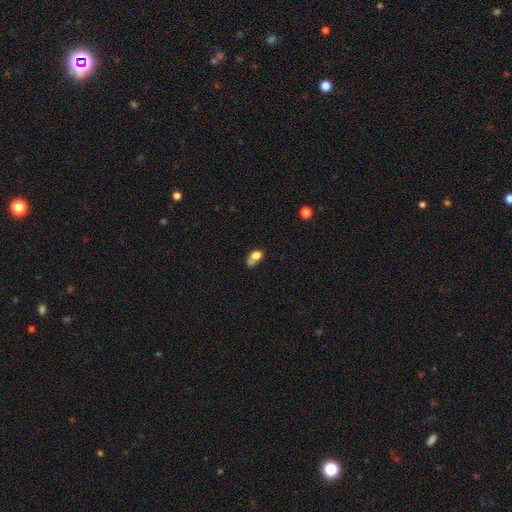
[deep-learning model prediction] A smooth galaxy with no disk features (72%) that is in between round and cigar-shaped (73%).

Vote fractions:
- Smooth or featured? smooth: 72% / featured or disk: 17% / star or artifact: 11%
- How rounded? in between: 73% / round: 24% / cigar-shaped: 3%
- Merging? merger: 41% / none: 29% / minor disturbance: 18% / major disturbance: 13%